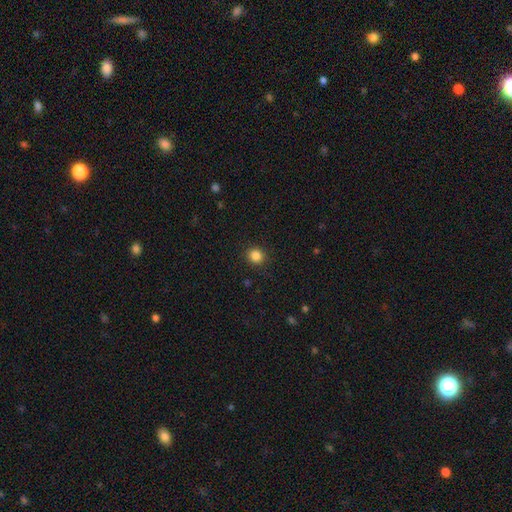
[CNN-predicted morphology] smooth-or-featured: smooth: 85% | star or artifact: 11% | featured or disk: 4%
  how-rounded: round: 90% | in between: 9% | cigar-shaped: 1%
  merging: none: 91% | minor disturbance: 6% | major disturbance: 2% | merger: 1%